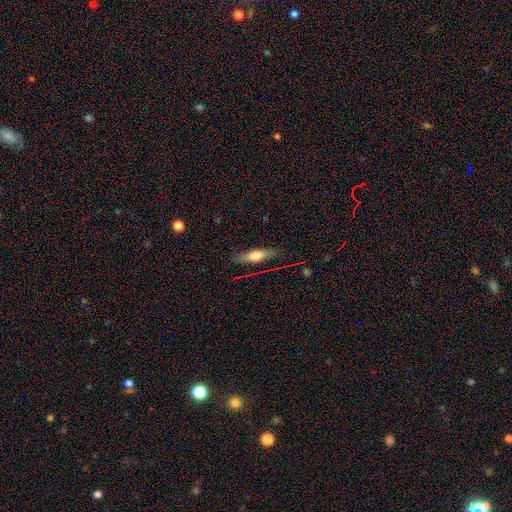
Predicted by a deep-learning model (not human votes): Overall: smooth (58%; featured or disk 34%). How rounded: cigar-shaped (50%; in between 47%). Merging: none (78%).